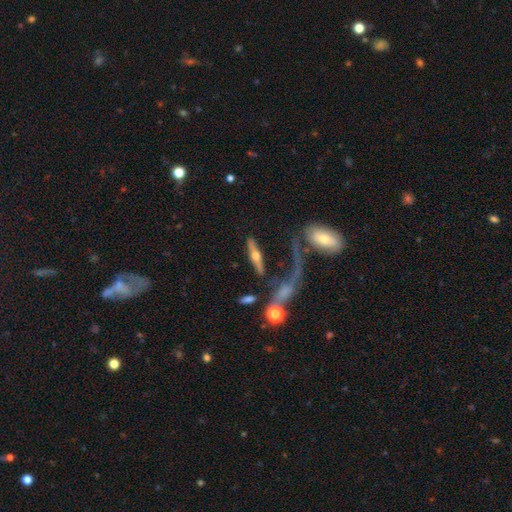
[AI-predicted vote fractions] Morphology: type=featured or disk (64%); edge-on=yes (83%); edge-on bulge=rounded (94%); merging=none (61%).